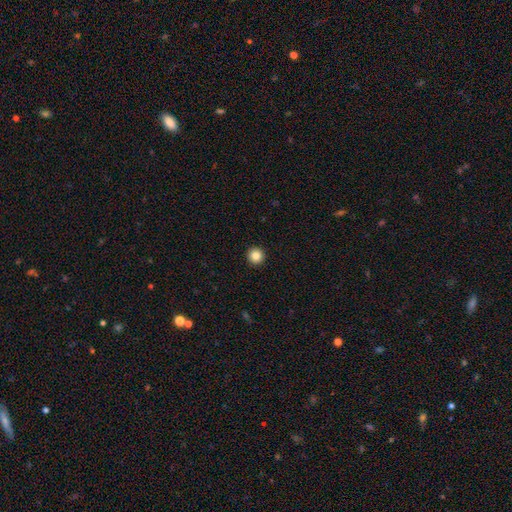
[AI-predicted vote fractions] A smooth galaxy with no disk features (85%) that is round (96%).

Vote fractions:
- Smooth or featured? smooth: 85% / star or artifact: 10% / featured or disk: 5%
- How rounded? round: 96% / in between: 3% / cigar-shaped: 1%
- Merging? none: 94% / minor disturbance: 4% / major disturbance: 1% / merger: 1%